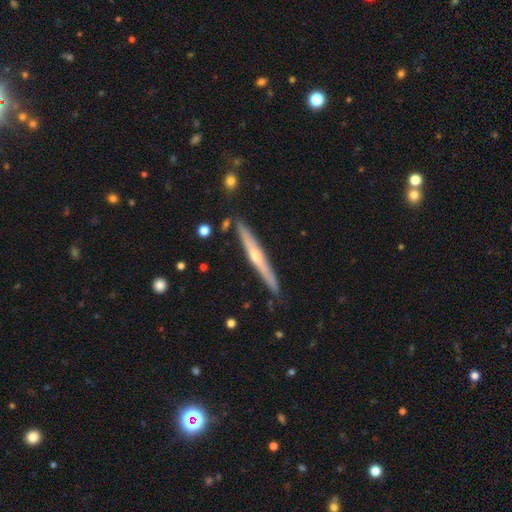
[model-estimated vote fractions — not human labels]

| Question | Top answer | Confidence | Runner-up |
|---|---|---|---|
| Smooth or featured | featured or disk | 68% | smooth (26%) |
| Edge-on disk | yes | 97% | no (3%) |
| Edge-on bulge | rounded | 75% | none (22%) |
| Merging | none | 86% | minor disturbance (10%) |